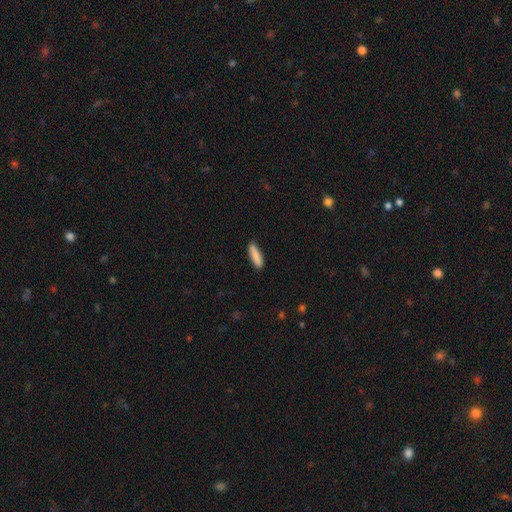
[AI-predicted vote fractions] A smooth galaxy with no disk features (87%) that is cigar-shaped (75%).

Vote fractions:
- Smooth or featured? smooth: 87% / featured or disk: 7% / star or artifact: 6%
- How rounded? cigar-shaped: 75% / in between: 23% / round: 1%
- Merging? none: 89% / minor disturbance: 8% / major disturbance: 2% / merger: 1%